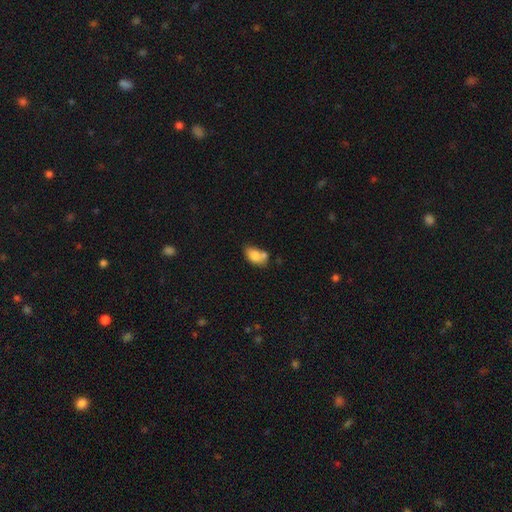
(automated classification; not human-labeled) Morphology: type=smooth (78%); roundness=in between (86%); merging=none (38%).